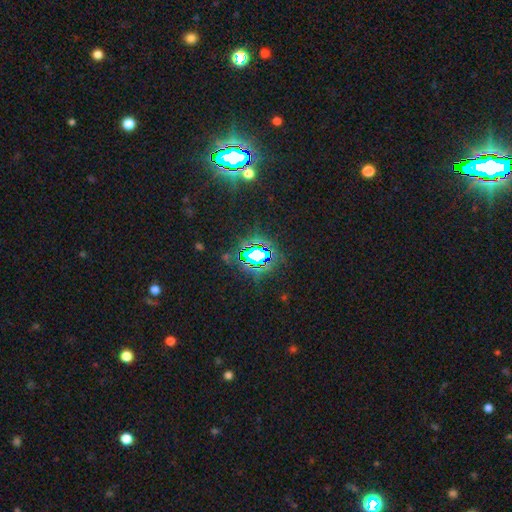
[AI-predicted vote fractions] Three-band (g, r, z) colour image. It shows a star or artifact, not a galaxy (78%).